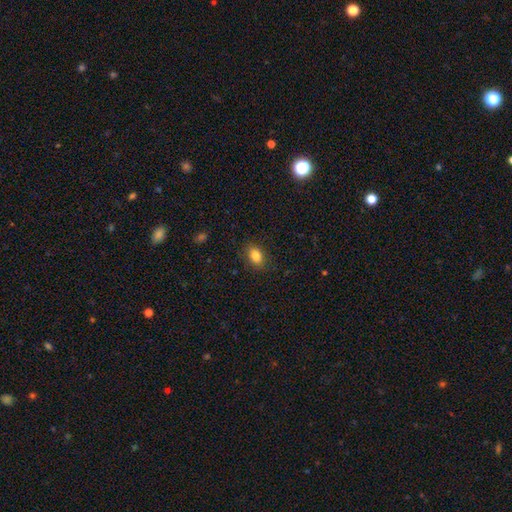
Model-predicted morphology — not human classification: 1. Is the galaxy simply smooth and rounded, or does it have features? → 85% smooth, 9% star or artifact, 6% featured or disk.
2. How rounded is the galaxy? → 80% in between, 18% round, 1% cigar-shaped.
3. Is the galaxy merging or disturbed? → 86% none, 10% minor disturbance, 3% major disturbance, 1% merger.